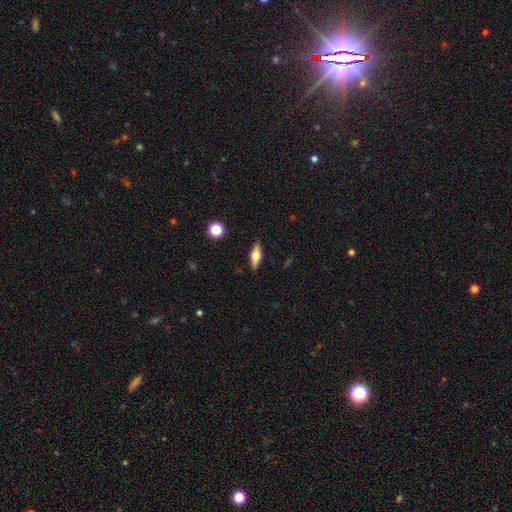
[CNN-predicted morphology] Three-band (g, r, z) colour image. It shows a smooth galaxy with no disk features (47%). Merging: none (89%).